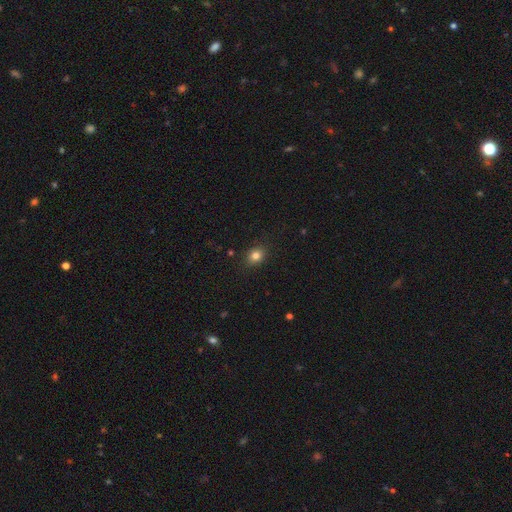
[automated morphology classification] This appears to be a smooth galaxy with no disk features (82%) that is round (55%). Merging: none (87%).